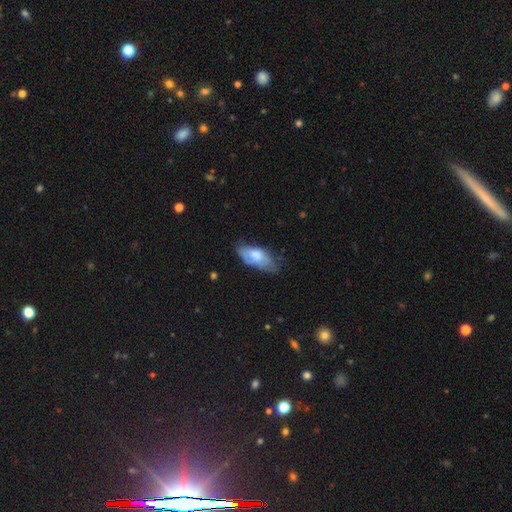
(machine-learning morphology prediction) A smooth galaxy with no disk features (64%) that is in between round and cigar-shaped (87%). Merging: none (41%).